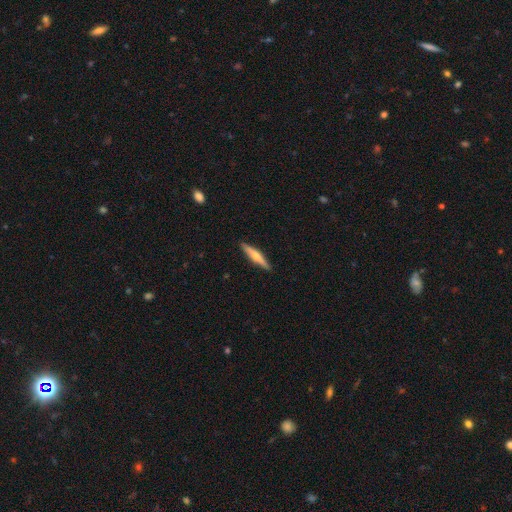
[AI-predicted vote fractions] Smooth or featured? featured or disk (58%)
Edge-on disk? yes (96%)
Edge-on bulge? rounded (91%)
Merging? none (91%)